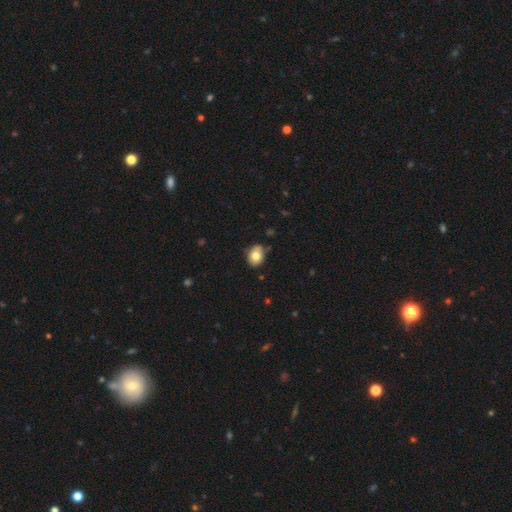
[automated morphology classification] smooth_or_featured: smooth (p=0.78) [alt: featured or disk p=0.13]
how_rounded: in between (p=0.53) [alt: round p=0.46]
merging: none (p=0.71) [alt: minor disturbance p=0.21]